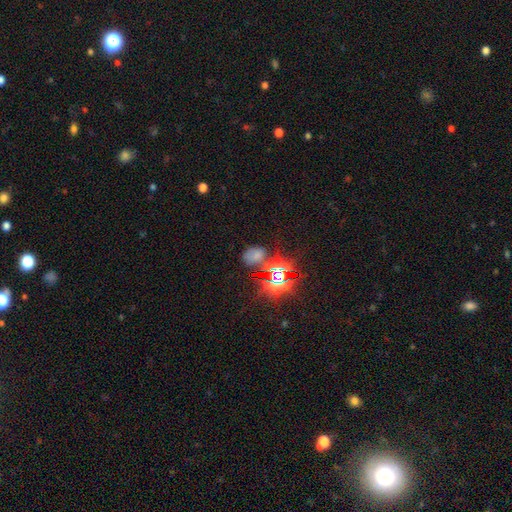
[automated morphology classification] Smooth or featured: smooth — 46% (star or artifact — 43%)
Merging: none — 64% (minor disturbance — 19%)